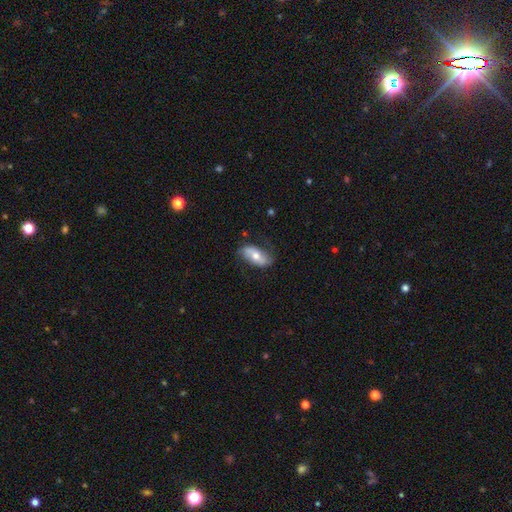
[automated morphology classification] Smooth or featured: smooth — 48% (featured or disk — 46%)
Merging: none — 71% (minor disturbance — 21%)